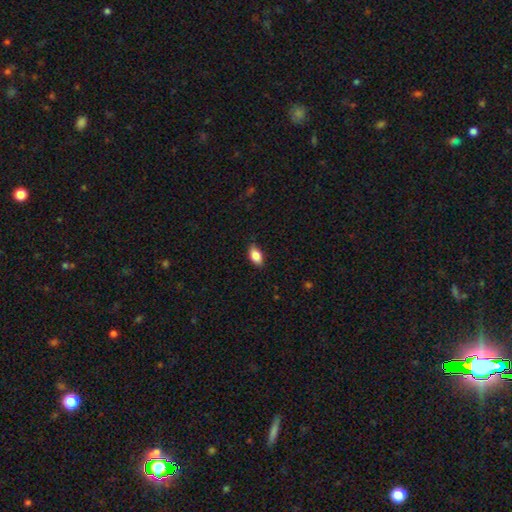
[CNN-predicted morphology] Q: Smooth or featured?
A: smooth (84%); runner-up: featured or disk (9%)
Q: How rounded?
A: in between (89%); runner-up: round (6%)
Q: Merging?
A: none (80%); runner-up: minor disturbance (16%)